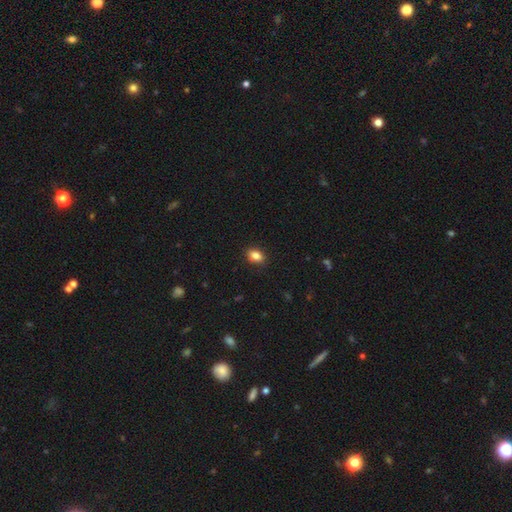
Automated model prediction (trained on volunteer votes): A smooth galaxy with no disk features (84%) that is in between round and cigar-shaped (76%).

Vote fractions:
- Smooth or featured? smooth: 84% / star or artifact: 9% / featured or disk: 6%
- How rounded? in between: 76% / round: 22% / cigar-shaped: 2%
- Merging? none: 88% / minor disturbance: 9% / major disturbance: 2% / merger: 1%